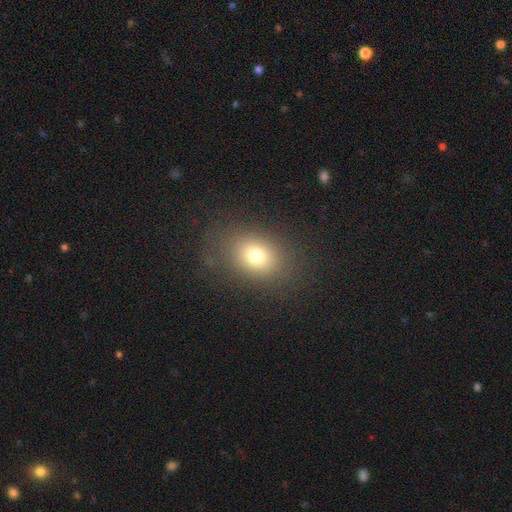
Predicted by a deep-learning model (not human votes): smooth-or-featured: smooth: 73% | star or artifact: 15% | featured or disk: 13%
  how-rounded: in between: 62% | round: 37% | cigar-shaped: 1%
  merging: none: 80% | minor disturbance: 12% | major disturbance: 8% | merger: 1%